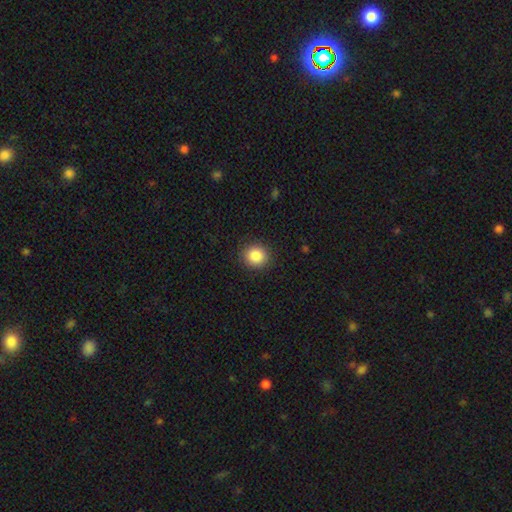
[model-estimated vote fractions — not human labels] Morphology: type=smooth (87%); roundness=round (88%); merging=none (90%).